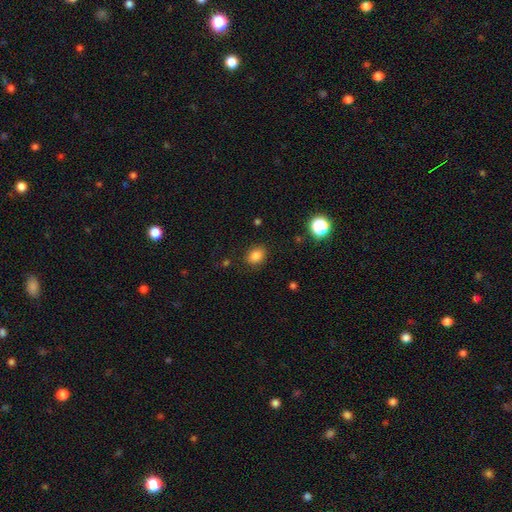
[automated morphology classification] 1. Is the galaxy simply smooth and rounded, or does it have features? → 83% smooth, 12% star or artifact, 5% featured or disk.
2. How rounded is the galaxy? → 63% in between, 36% round, 1% cigar-shaped.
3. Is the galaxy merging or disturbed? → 83% none, 12% minor disturbance, 3% major disturbance, 2% merger.